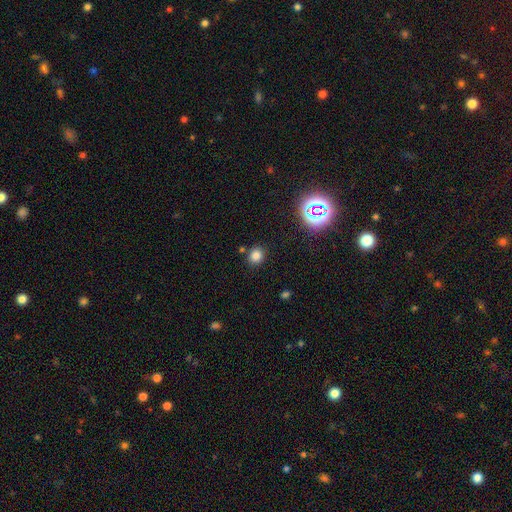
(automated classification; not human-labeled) Smooth or featured: smooth — 77% (star or artifact — 17%)
How rounded: round — 76% (in between — 23%)
Merging: none — 84% (minor disturbance — 8%)